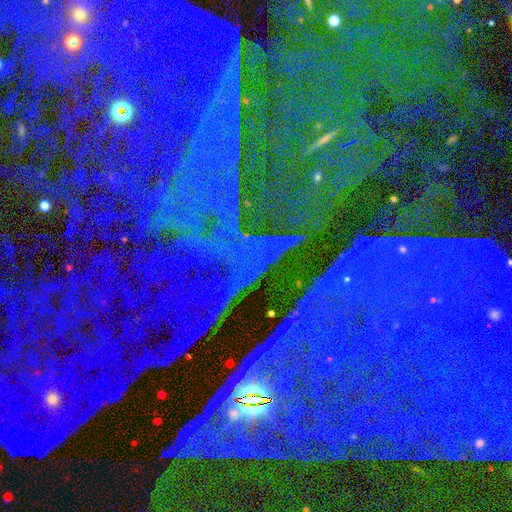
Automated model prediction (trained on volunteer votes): A star or artifact, not a galaxy (87%).